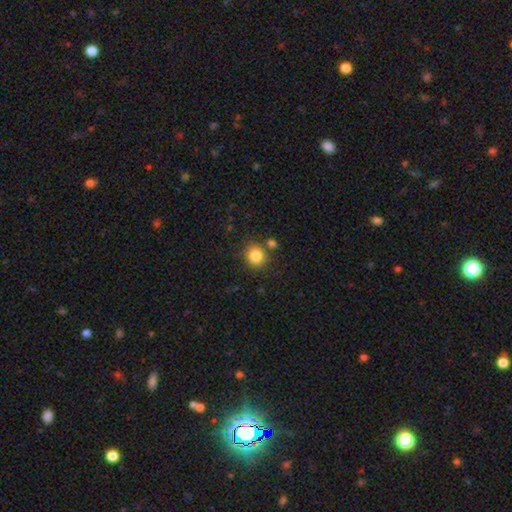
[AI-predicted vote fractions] Smooth or featured? smooth (83%)
How rounded? round (81%)
Merging? none (76%)